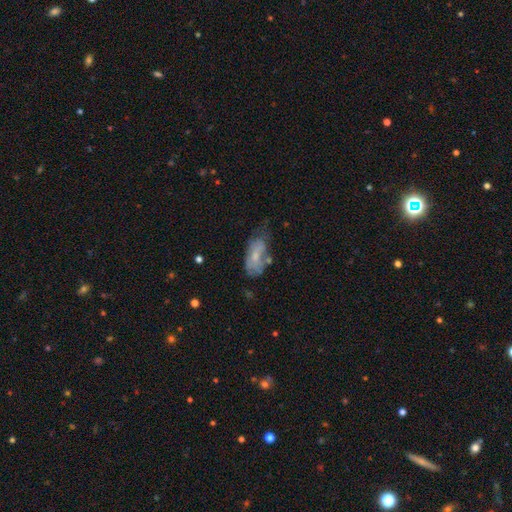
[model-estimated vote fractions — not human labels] Smooth or featured? Predicted: smooth (p=0.48). Merging? Predicted: minor disturbance (p=0.35).